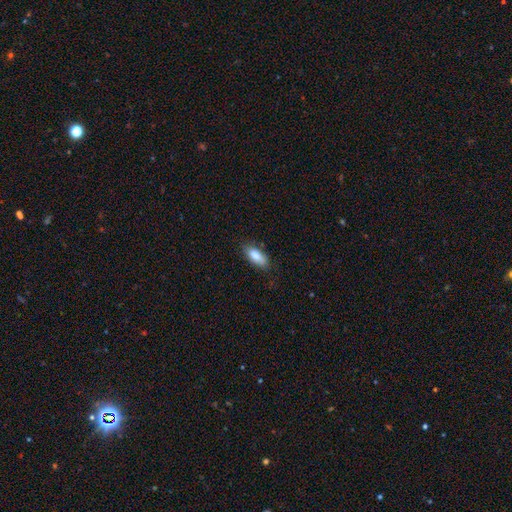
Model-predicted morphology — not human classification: Smooth or featured? Predicted: smooth (p=0.84). How rounded? Predicted: in between (p=0.78). Merging? Predicted: none (p=0.80).